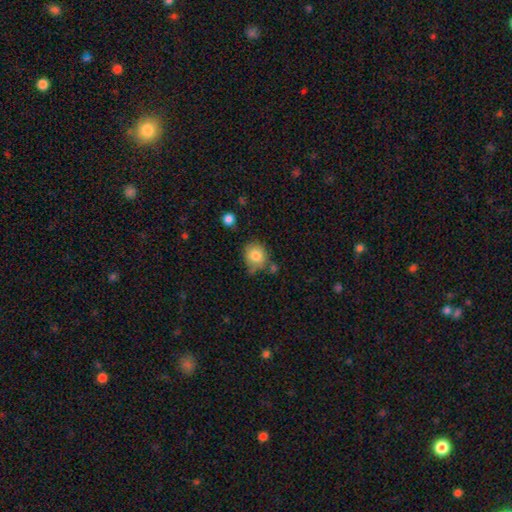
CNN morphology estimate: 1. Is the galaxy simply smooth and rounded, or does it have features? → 82% smooth, 10% star or artifact, 9% featured or disk.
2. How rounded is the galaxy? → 79% round, 20% in between, 1% cigar-shaped.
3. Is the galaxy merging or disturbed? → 64% none, 22% minor disturbance, 9% merger, 5% major disturbance.